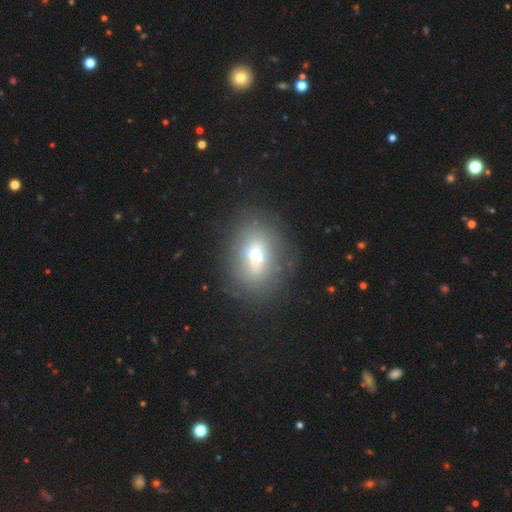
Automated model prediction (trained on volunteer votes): Q: Smooth or featured?
A: smooth (56%); runner-up: featured or disk (30%)
Q: How rounded?
A: in between (62%); runner-up: round (35%)
Q: Merging?
A: none (74%); runner-up: minor disturbance (15%)